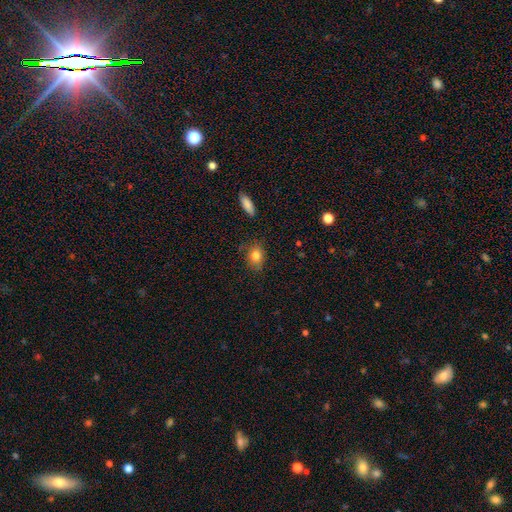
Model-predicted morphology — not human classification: A smooth galaxy with no disk features (81%) that is in between round and cigar-shaped (66%).

Vote fractions:
- Smooth or featured? smooth: 81% / featured or disk: 9% / star or artifact: 9%
- How rounded? in between: 66% / round: 32% / cigar-shaped: 2%
- Merging? none: 75% / minor disturbance: 19% / major disturbance: 4% / merger: 2%